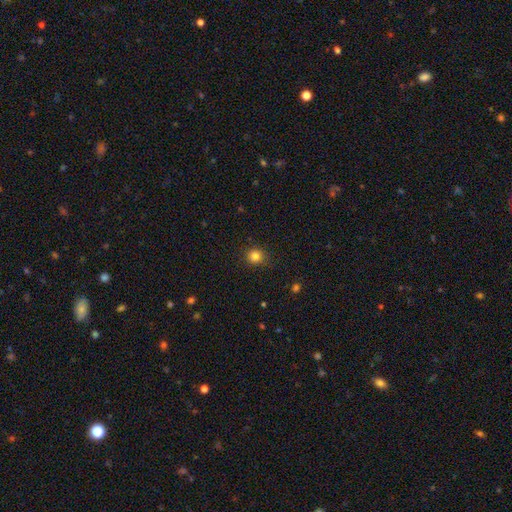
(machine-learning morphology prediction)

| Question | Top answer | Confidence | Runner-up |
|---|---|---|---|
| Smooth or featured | smooth | 83% | star or artifact (13%) |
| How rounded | round | 87% | in between (12%) |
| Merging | none | 89% | minor disturbance (8%) |